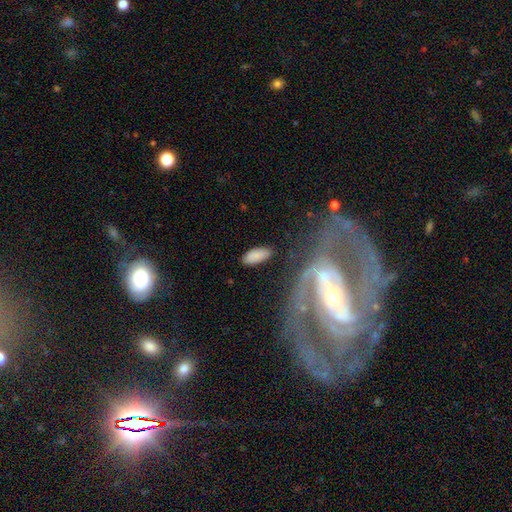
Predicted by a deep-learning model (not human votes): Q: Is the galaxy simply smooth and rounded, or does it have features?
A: smooth — 83%.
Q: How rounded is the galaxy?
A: in between — 86%.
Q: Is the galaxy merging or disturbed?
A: none — 79%.